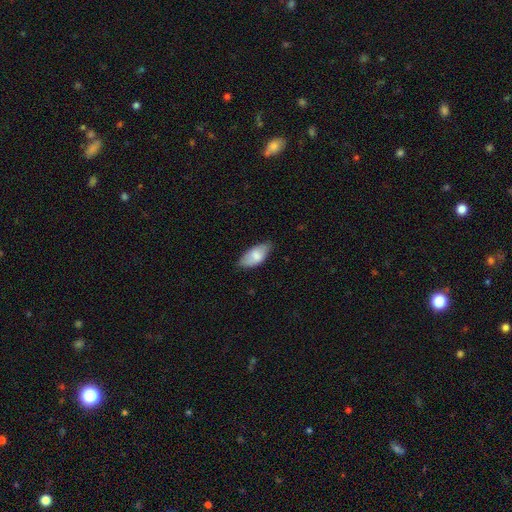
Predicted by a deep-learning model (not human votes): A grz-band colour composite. It shows a smooth galaxy with no disk features (78%) that is in between round and cigar-shaped (92%). Merging: none (73%).